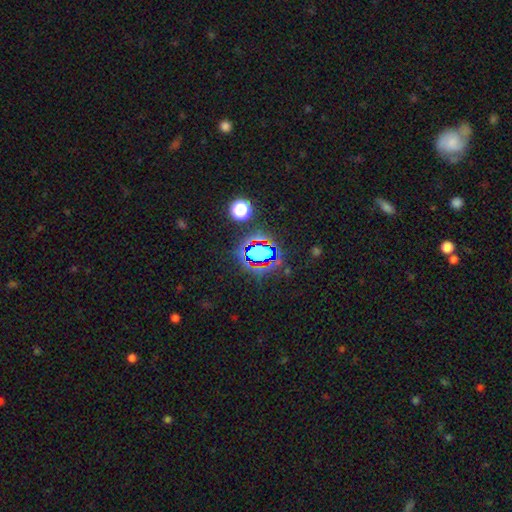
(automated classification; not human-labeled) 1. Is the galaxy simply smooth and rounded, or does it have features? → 60% star or artifact, 27% smooth, 13% featured or disk.